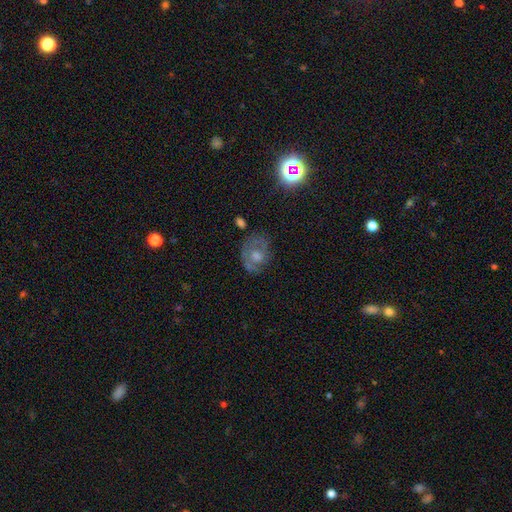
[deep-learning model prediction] Smooth or featured? featured or disk (52%)
Edge-on disk? no (96%)
Bar? no (82%)
Spiral arms? no (52%)
Bulge size? moderate (52%)
Merging? none (57%)